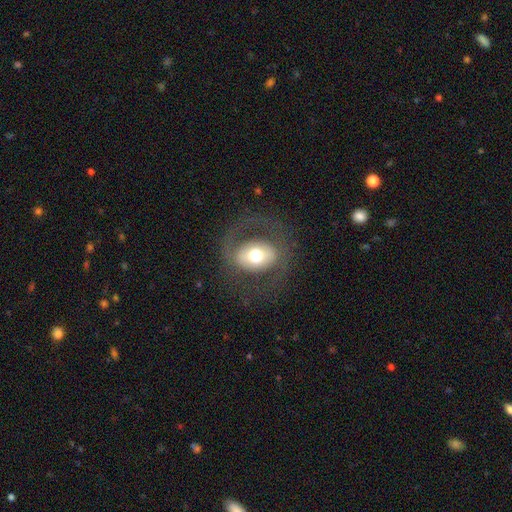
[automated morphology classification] Smooth or featured?
  - featured or disk: 49% *
  - smooth: 43%
  - star or artifact: 8%
Merging?
  - none: 69% *
  - major disturbance: 17%
  - minor disturbance: 13%
  - merger: 1%